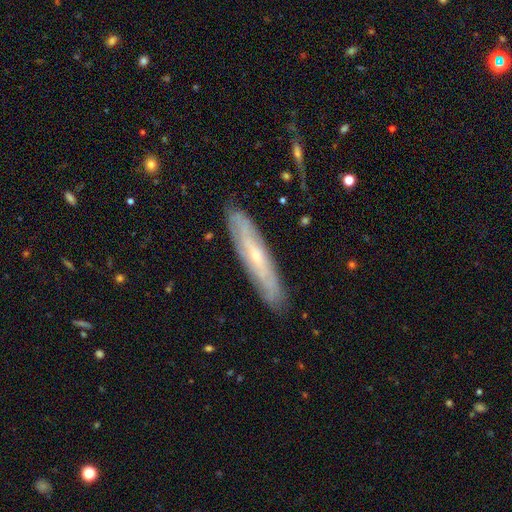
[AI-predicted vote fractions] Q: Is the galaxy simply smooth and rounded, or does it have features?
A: featured or disk — 65%.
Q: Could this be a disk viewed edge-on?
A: yes — 53%.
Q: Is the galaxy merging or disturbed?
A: none — 85%.